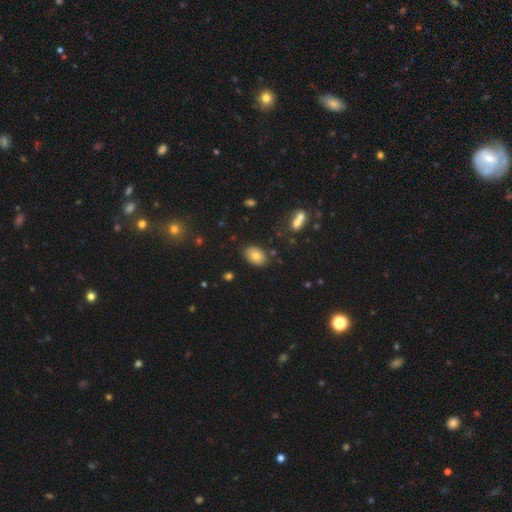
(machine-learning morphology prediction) This is likely a smooth galaxy (77%). How rounded: clearly in between (86%). Merging: clearly none (83%).